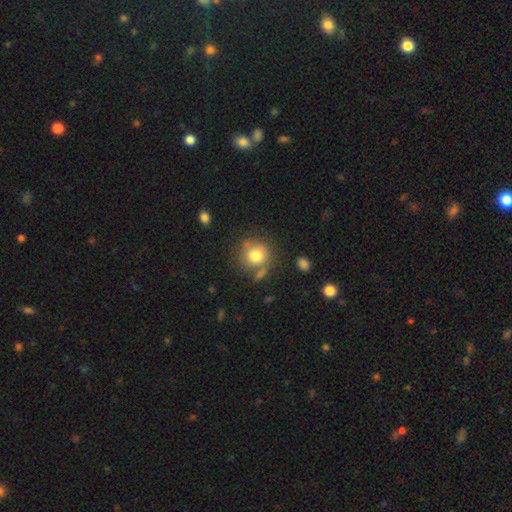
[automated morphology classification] This appears to be a smooth galaxy with no disk features (78%) that is round (87%). Merging: none (66%).